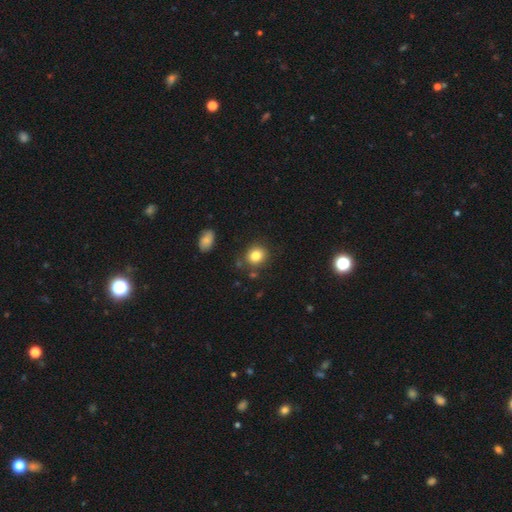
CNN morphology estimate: smooth_or_featured: smooth (p=0.82) [alt: star or artifact p=0.10]
how_rounded: round (p=0.76) [alt: in between p=0.23]
merging: none (p=0.82) [alt: minor disturbance p=0.11]